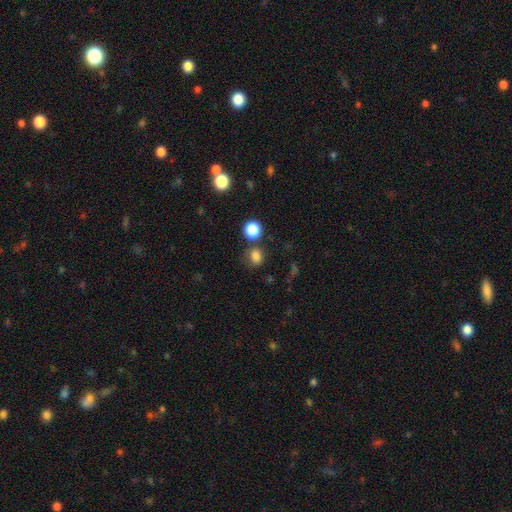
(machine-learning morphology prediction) This appears to be a smooth galaxy with no disk features (81%) that is round (63%). Merging: none (67%).